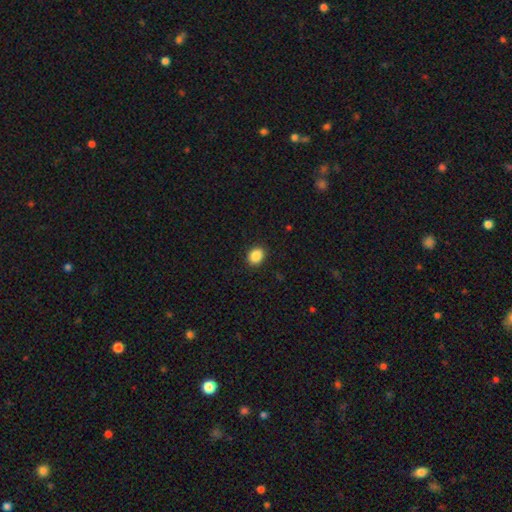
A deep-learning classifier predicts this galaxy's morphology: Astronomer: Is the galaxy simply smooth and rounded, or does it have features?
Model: smooth — 88%.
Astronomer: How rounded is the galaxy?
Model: round — 54% (runner-up: in between, 45%).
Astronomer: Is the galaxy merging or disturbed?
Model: none — 91%.